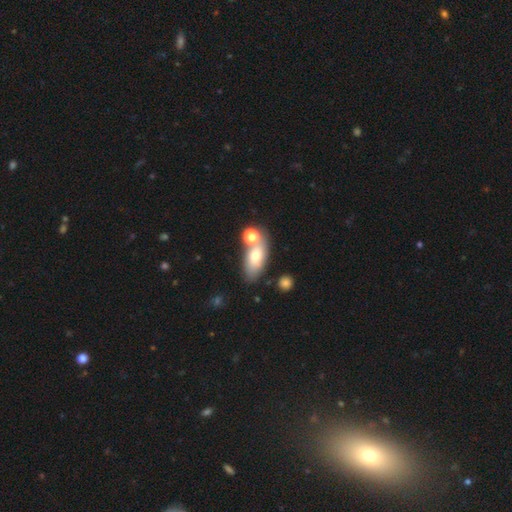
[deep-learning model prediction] This appears to be a smooth galaxy with no disk features (69%) that is in between round and cigar-shaped (81%). Merging: none (54%).